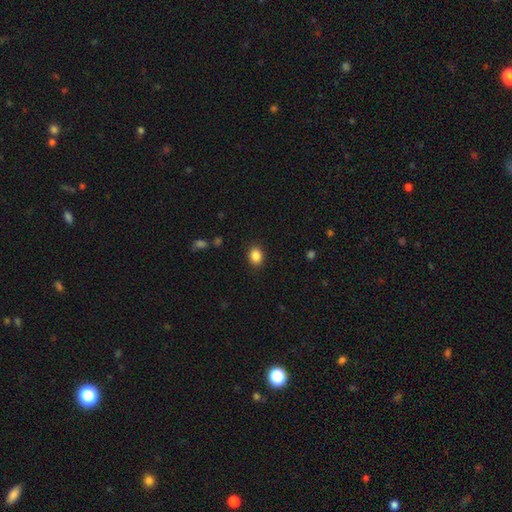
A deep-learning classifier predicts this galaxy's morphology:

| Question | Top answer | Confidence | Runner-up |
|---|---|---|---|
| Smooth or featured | smooth | 87% | star or artifact (9%) |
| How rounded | in between | 51% | round (48%) |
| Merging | none | 88% | minor disturbance (8%) |